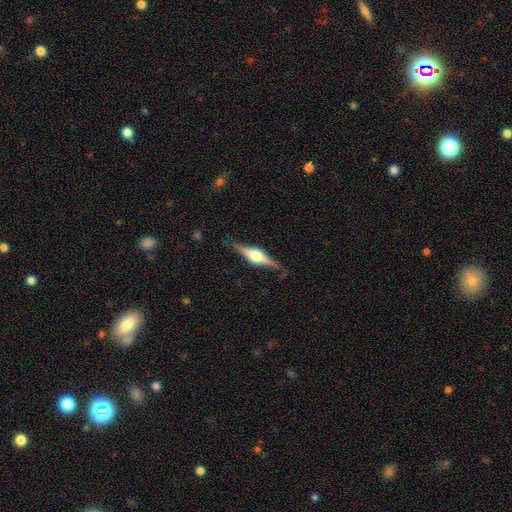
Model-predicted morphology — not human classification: A featured or disk galaxy (76%) viewed edge-on (97%) with a rounded central bulge (92%). Merging: none (83%).